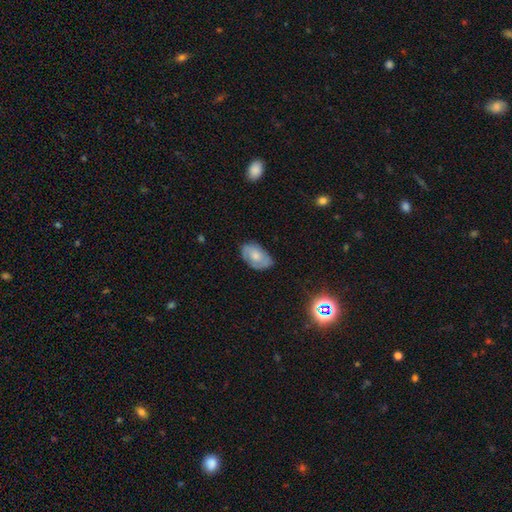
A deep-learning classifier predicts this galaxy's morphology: Smooth or featured: smooth — 57% (featured or disk — 35%)
How rounded: in between — 90% (round — 8%)
Merging: none — 67% (minor disturbance — 25%)